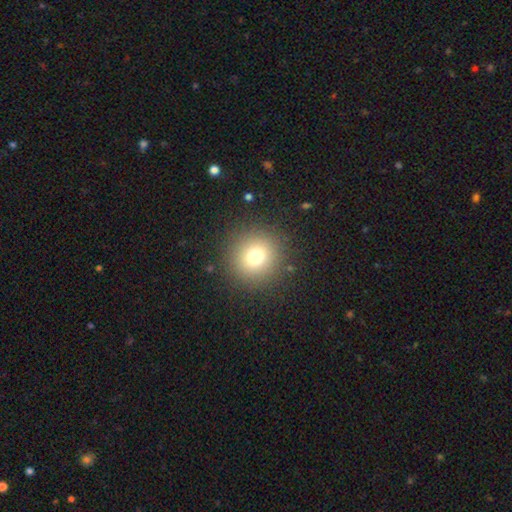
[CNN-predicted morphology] A smooth galaxy with no disk features (74%) that is round (93%). Merging: none (92%).